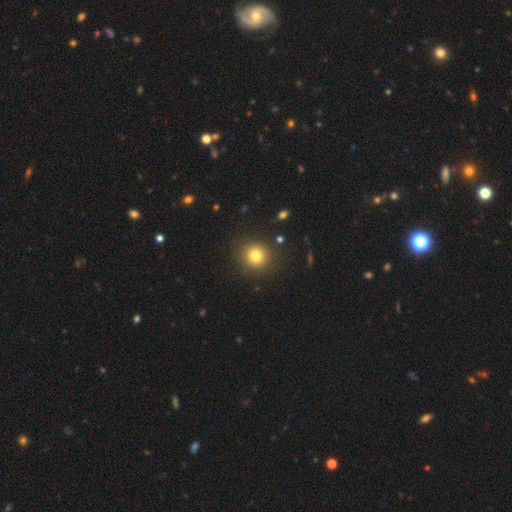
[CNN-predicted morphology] Smooth or featured? Predicted: smooth (p=0.79). How rounded? Predicted: round (p=0.93). Merging? Predicted: none (p=0.88).